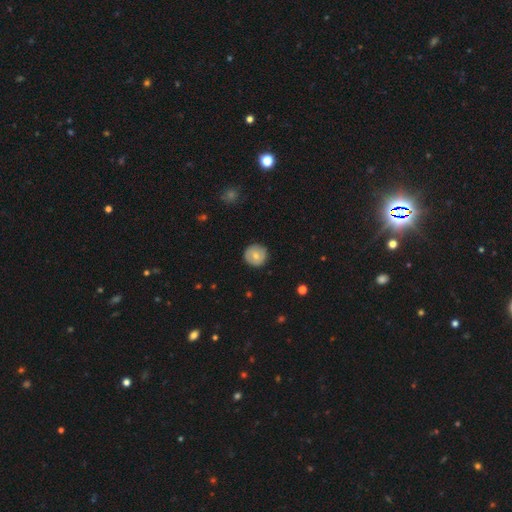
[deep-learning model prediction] smooth 67%, featured or disk 26%, star or artifact 7%. Down the decision tree: how rounded — round (94%); merging — none (88%).